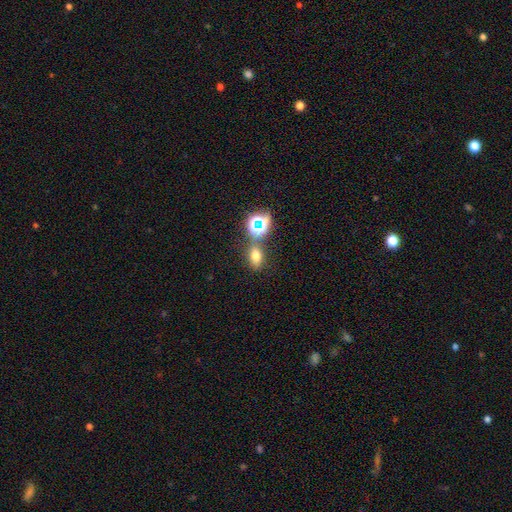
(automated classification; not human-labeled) Smooth or featured? Predicted: smooth (p=0.63). How rounded? Predicted: in between (p=0.72). Merging? Predicted: none (p=0.69).